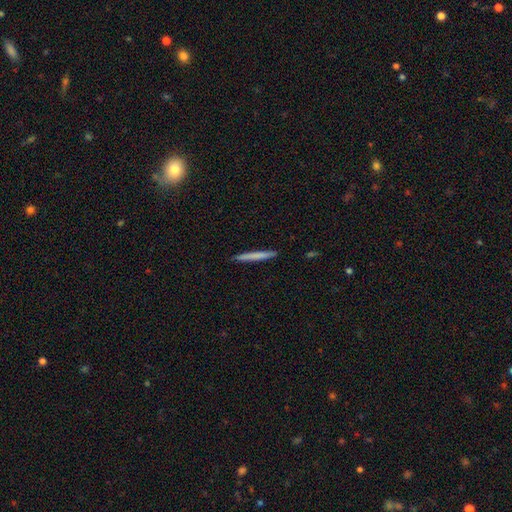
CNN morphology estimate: Smooth or featured: smooth — 69% (featured or disk — 26%)
How rounded: cigar-shaped — 97% (in between — 2%)
Merging: none — 92% (minor disturbance — 6%)